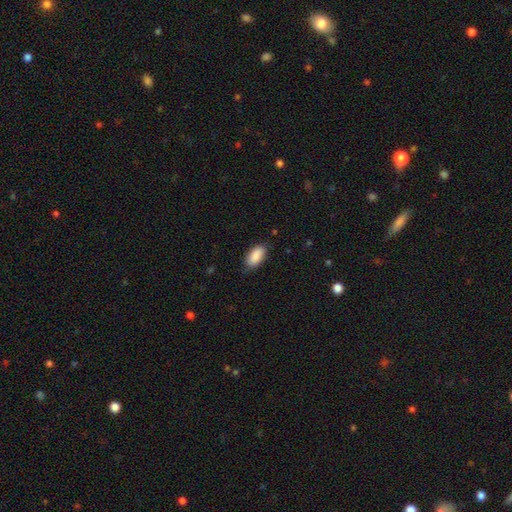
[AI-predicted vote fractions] Smooth or featured?
  - smooth: 89% *
  - star or artifact: 6%
  - featured or disk: 5%
How rounded?
  - in between: 92% *
  - cigar-shaped: 5%
  - round: 2%
Merging?
  - none: 79% *
  - minor disturbance: 17%
  - major disturbance: 3%
  - merger: 1%